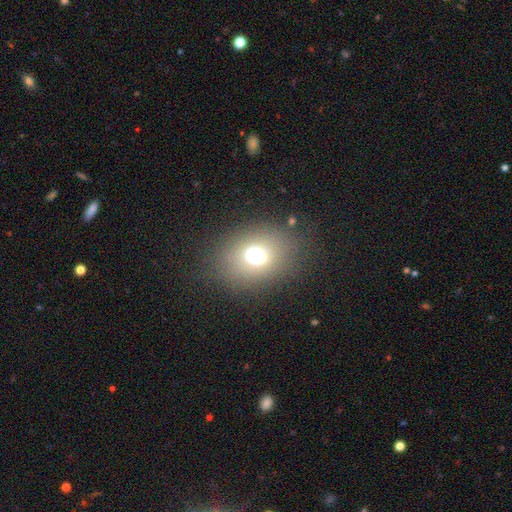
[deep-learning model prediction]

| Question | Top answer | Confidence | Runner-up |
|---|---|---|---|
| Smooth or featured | smooth | 70% | star or artifact (16%) |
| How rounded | in between | 54% | round (45%) |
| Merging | none | 79% | minor disturbance (12%) |